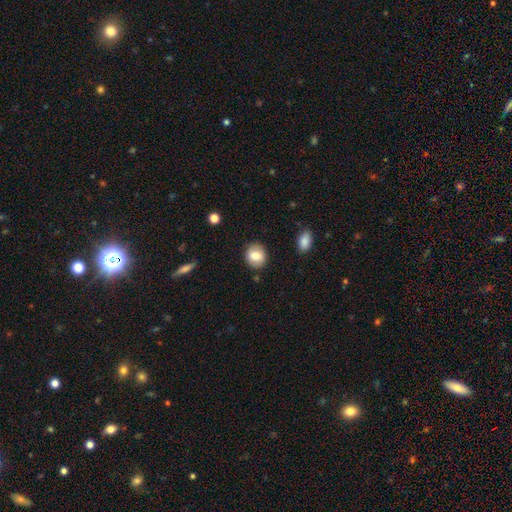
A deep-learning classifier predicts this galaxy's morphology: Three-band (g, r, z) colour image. It shows a smooth galaxy with no disk features (81%) that is round (73%). Merging: none (86%).